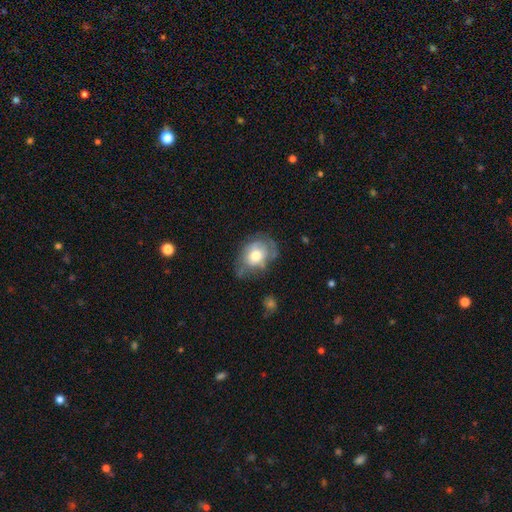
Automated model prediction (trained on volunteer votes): Smooth or featured? Predicted: smooth (p=0.56). How rounded? Predicted: in between (p=0.58). Merging? Predicted: none (p=0.46).